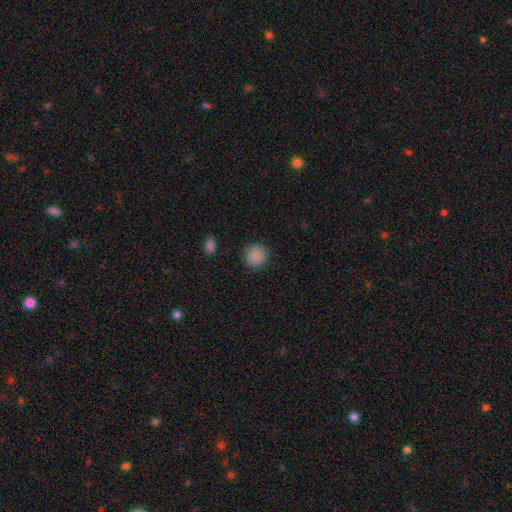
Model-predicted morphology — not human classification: Overall: smooth (88%). How rounded: round (91%). Merging: none (90%).